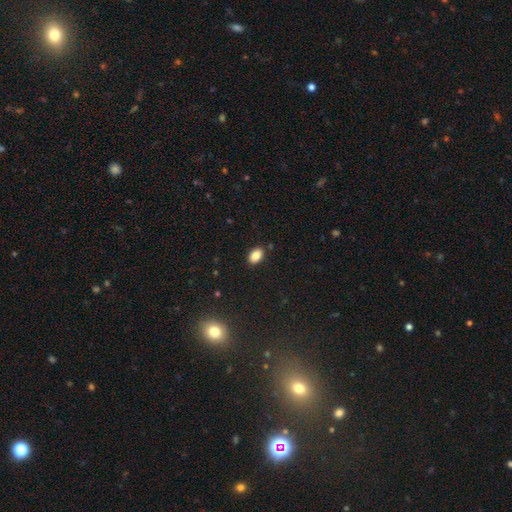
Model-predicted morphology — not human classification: smooth 85%, star or artifact 9%, featured or disk 5%. Down the decision tree: how rounded — in between (87%); merging — none (87%).